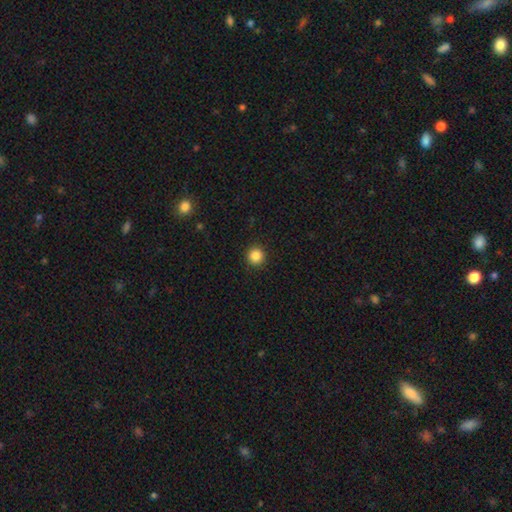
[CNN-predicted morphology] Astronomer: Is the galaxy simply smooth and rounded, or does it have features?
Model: smooth — 86%.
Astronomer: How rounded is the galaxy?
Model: round — 95%.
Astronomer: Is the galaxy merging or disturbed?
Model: none — 93%.